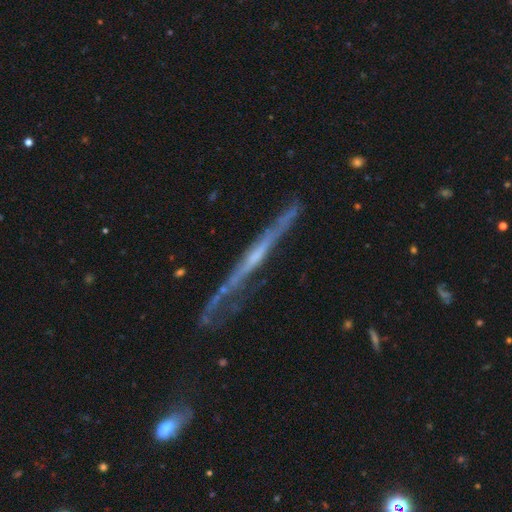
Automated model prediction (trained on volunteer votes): Overall: featured or disk (78%). Edge-on disk: yes (90%). Edge-on bulge: none (58%; rounded 35%). Merging: none (62%; minor disturbance 24%).